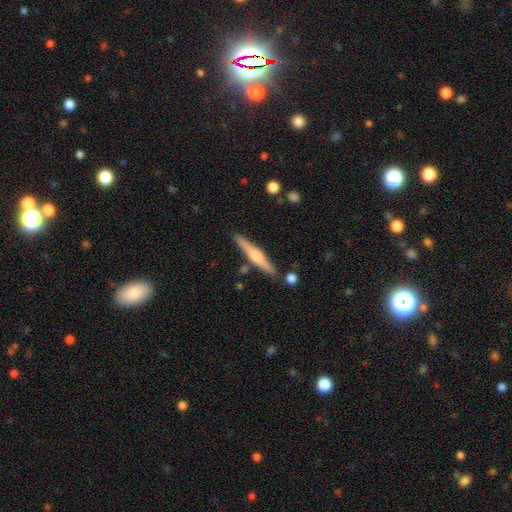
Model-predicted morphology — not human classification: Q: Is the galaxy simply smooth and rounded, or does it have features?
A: featured or disk — 55%.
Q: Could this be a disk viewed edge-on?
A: yes — 97%.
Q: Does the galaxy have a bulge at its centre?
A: rounded — 70%.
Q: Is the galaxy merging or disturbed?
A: none — 84%.